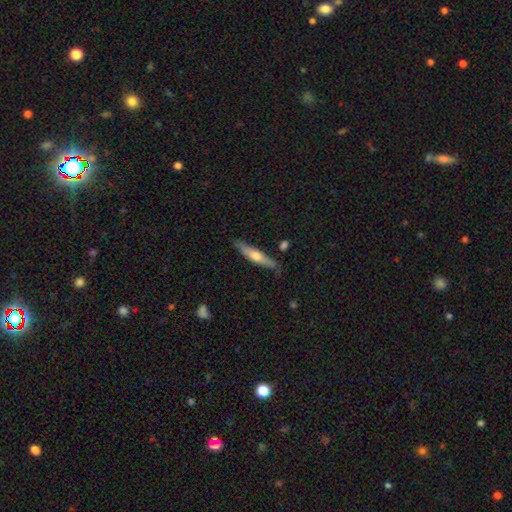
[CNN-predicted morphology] smooth_or_featured: smooth (p=0.47) [tied with: featured or disk p=0.47]
merging: none (p=0.85) [alt: minor disturbance p=0.11]